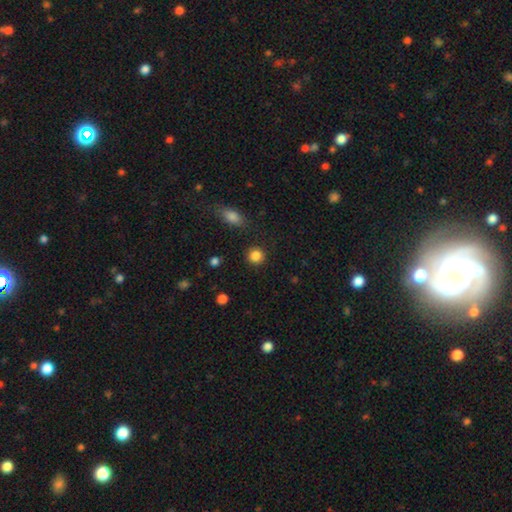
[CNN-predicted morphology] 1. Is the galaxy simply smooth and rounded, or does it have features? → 86% smooth, 10% star or artifact, 4% featured or disk.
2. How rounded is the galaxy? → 92% round, 7% in between, 1% cigar-shaped.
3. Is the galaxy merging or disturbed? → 89% none, 6% minor disturbance, 2% major disturbance, 2% merger.